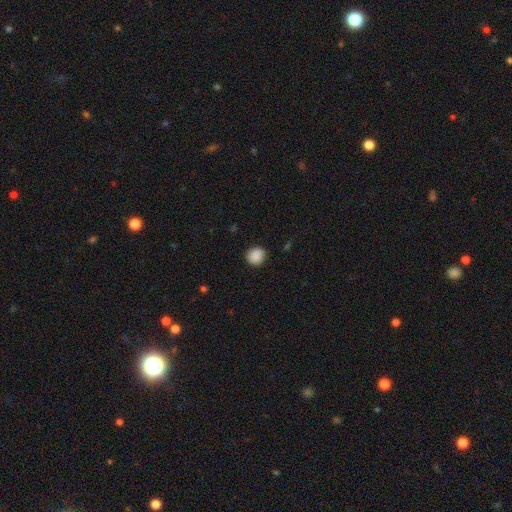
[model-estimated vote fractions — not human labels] Q: Smooth or featured?
A: smooth (89%); runner-up: star or artifact (9%)
Q: How rounded?
A: round (88%); runner-up: in between (11%)
Q: Merging?
A: none (88%); runner-up: minor disturbance (9%)